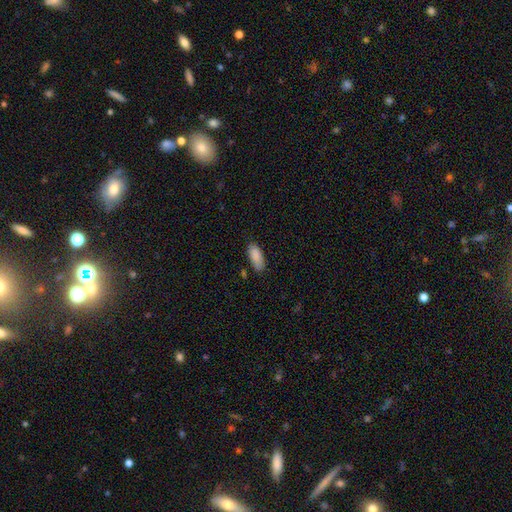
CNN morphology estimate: Overall: smooth (88%). How rounded: in between (87%). Merging: none (74%).